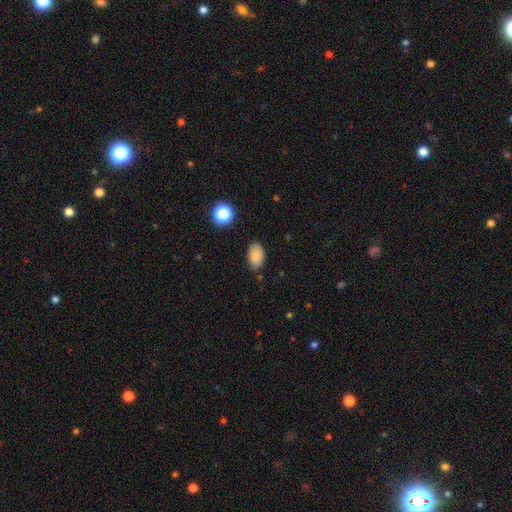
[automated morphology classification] This appears to be a smooth galaxy with no disk features (86%) that is in between round and cigar-shaped (90%). Merging: none (80%).